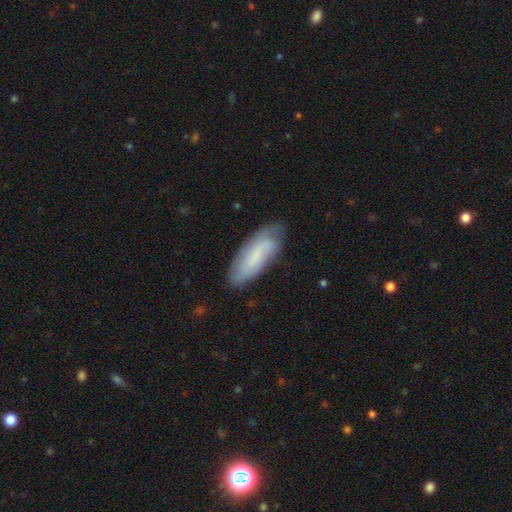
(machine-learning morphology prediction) smooth 58%, featured or disk 35%, star or artifact 7%. Down the decision tree: how rounded — in between (68%); merging — none (70%).